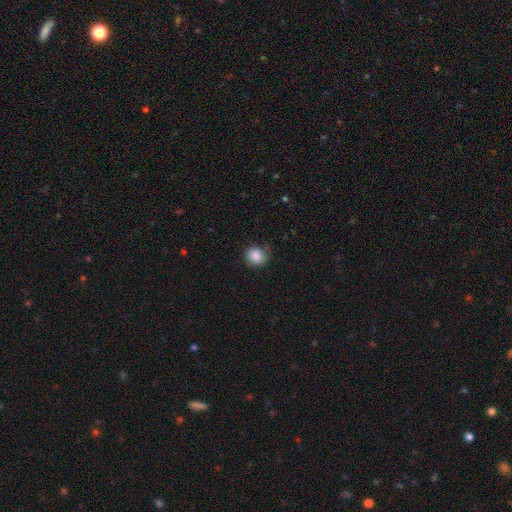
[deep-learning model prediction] Smooth or featured?
  - smooth: 86% *
  - star or artifact: 9%
  - featured or disk: 4%
How rounded?
  - round: 84% *
  - in between: 15%
  - cigar-shaped: 1%
Merging?
  - none: 79% *
  - minor disturbance: 16%
  - major disturbance: 3%
  - merger: 1%